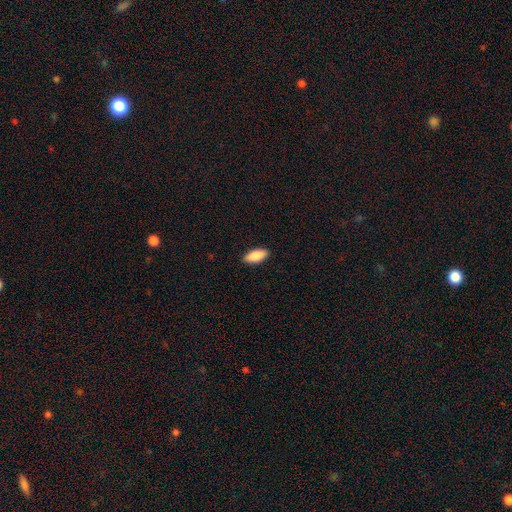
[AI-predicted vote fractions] Smooth or featured: smooth — 85% (featured or disk — 9%)
How rounded: in between — 85% (cigar-shaped — 13%)
Merging: none — 90% (minor disturbance — 8%)